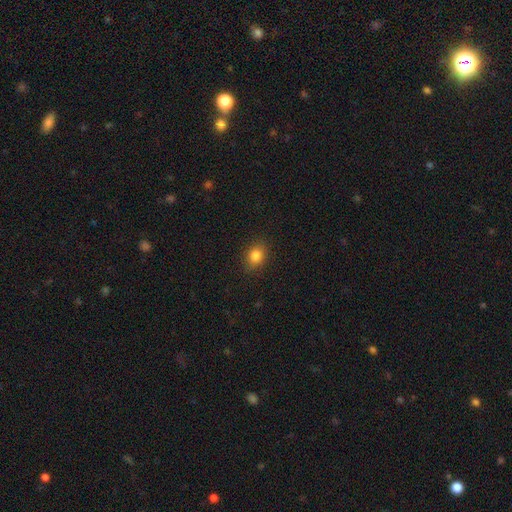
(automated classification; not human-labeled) Smooth or featured: smooth — 82% (star or artifact — 11%)
How rounded: in between — 53% (round — 46%)
Merging: none — 87% (minor disturbance — 10%)